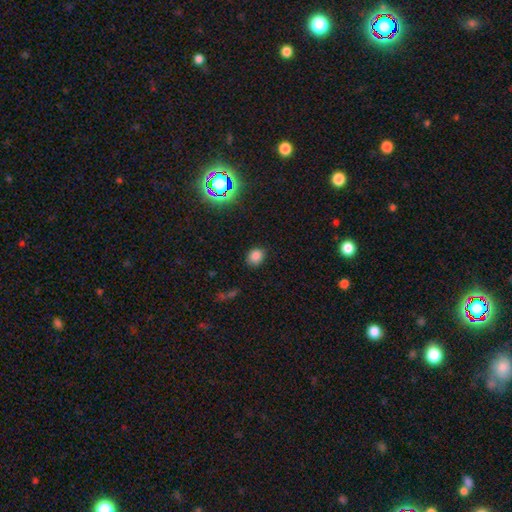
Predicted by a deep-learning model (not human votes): Overall: smooth (80%). How rounded: round (51%; in between 48%). Merging: none (83%).